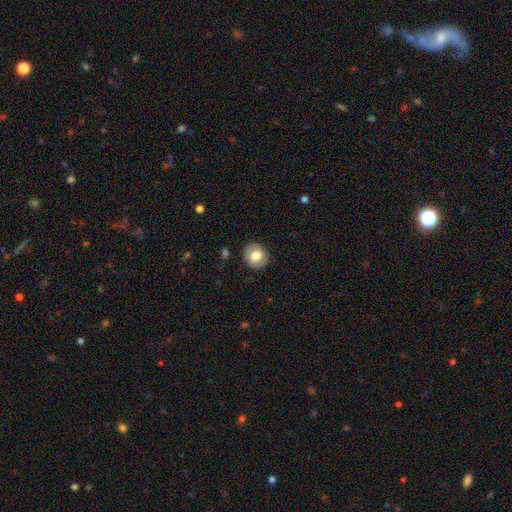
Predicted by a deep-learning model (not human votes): Morphology: type=smooth (73%); roundness=round (82%); merging=none (88%).